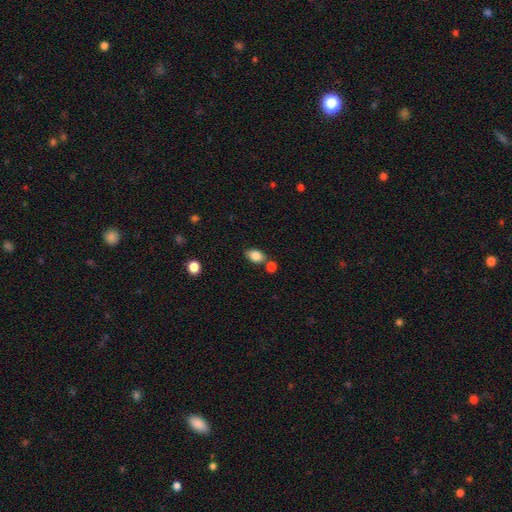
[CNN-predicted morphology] This is clearly a smooth galaxy (83%). How rounded: clearly in between (86%). Merging: likely none (69%).